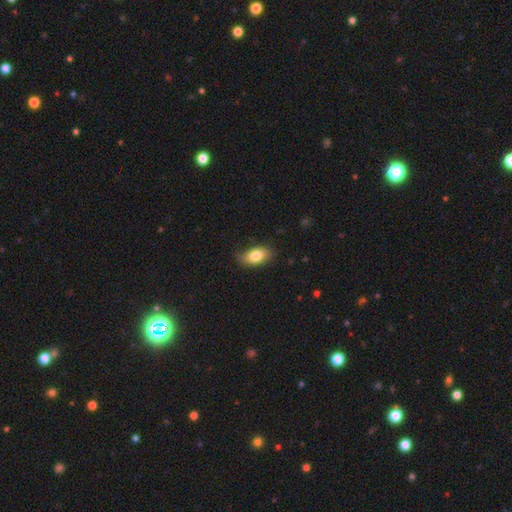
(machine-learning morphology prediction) Smooth or featured: smooth — 80% (featured or disk — 13%)
How rounded: in between — 90% (round — 6%)
Merging: none — 76% (minor disturbance — 19%)